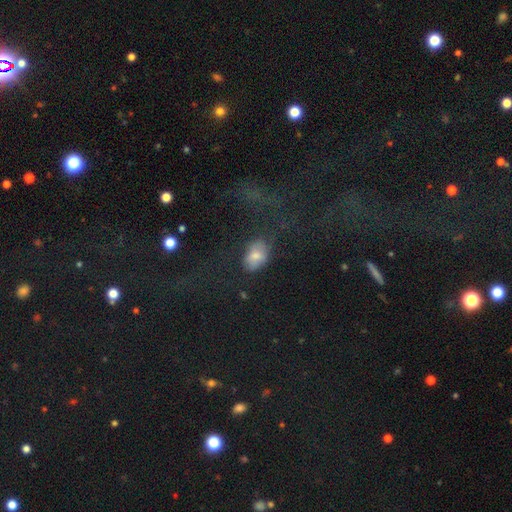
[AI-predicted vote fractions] This appears to be a smooth galaxy with no disk features (69%) that is in between round and cigar-shaped (85%). Merging: none (55%).